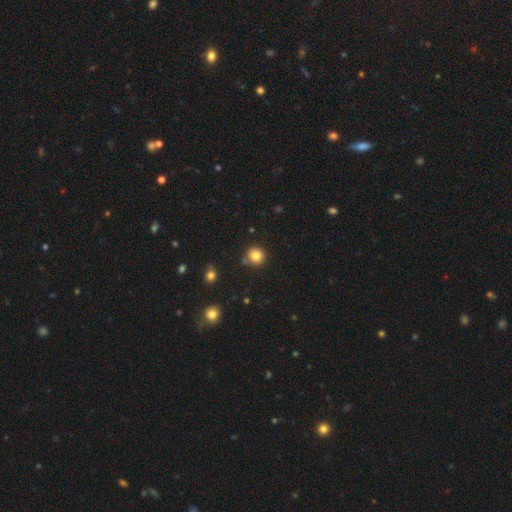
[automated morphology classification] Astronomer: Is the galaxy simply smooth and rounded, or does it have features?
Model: smooth — 84%.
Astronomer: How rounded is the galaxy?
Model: round — 92%.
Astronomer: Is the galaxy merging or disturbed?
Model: none — 80%.